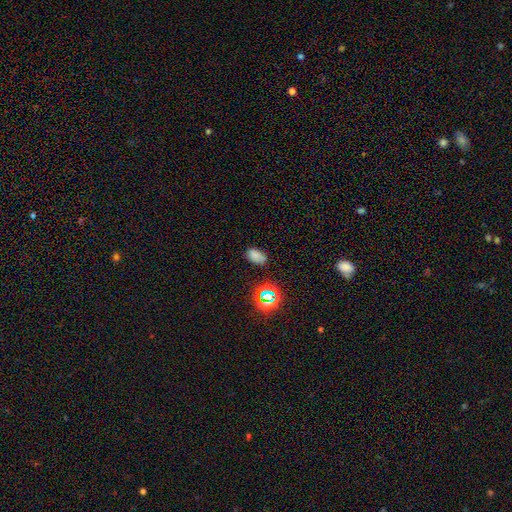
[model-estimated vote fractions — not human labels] The model was most divided on "smooth or featured": smooth: 73%, star or artifact: 21%, featured or disk: 5%. More confident: how rounded — in between (90%); merging — none (78%).